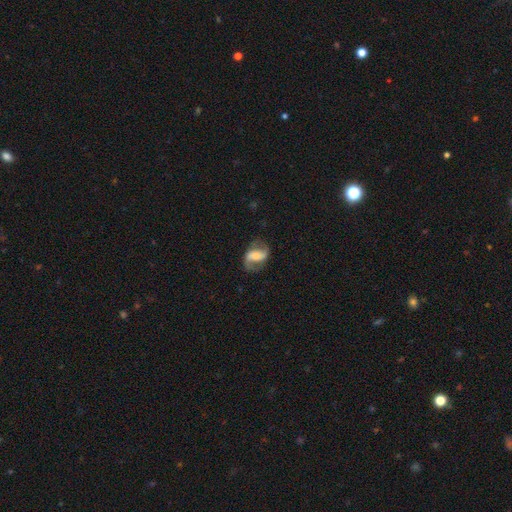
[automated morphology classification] Smooth or featured? featured or disk (75%)
Edge-on disk? no (97%)
Bar? strong (42%)
Spiral arms? yes (92%)
Spiral winding? loose (50%)
Spiral arm count? 2 (89%)
Bulge size? small (29%)
Merging? none (71%)